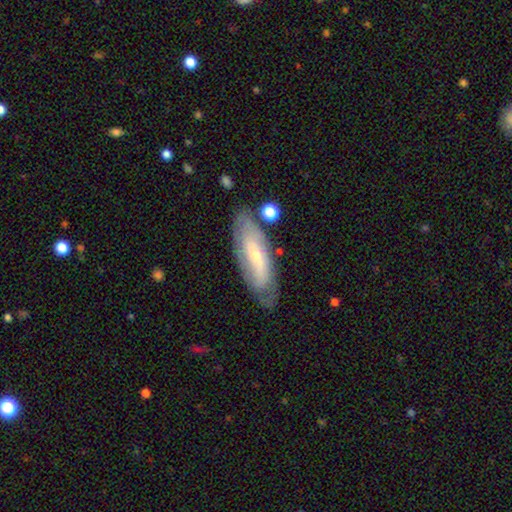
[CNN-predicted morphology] This is likely a featured or disk galaxy (62%). It is clearly not viewed edge-on (80%). Merging: likely none (72%).